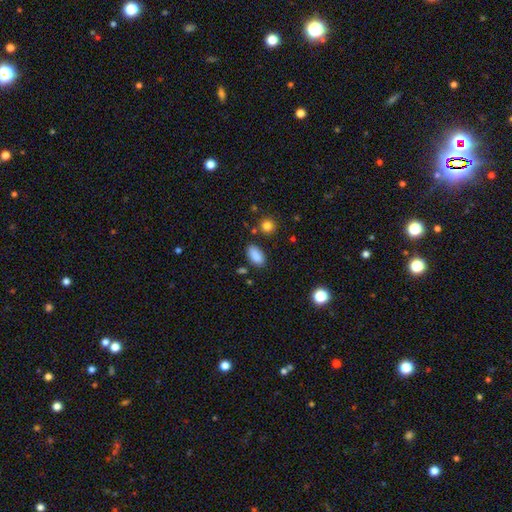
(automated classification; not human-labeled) The model was most divided on "merging": none: 82%, minor disturbance: 12%, merger: 3%, major disturbance: 3%. More confident: how rounded — in between (91%); smooth or featured — smooth (87%).